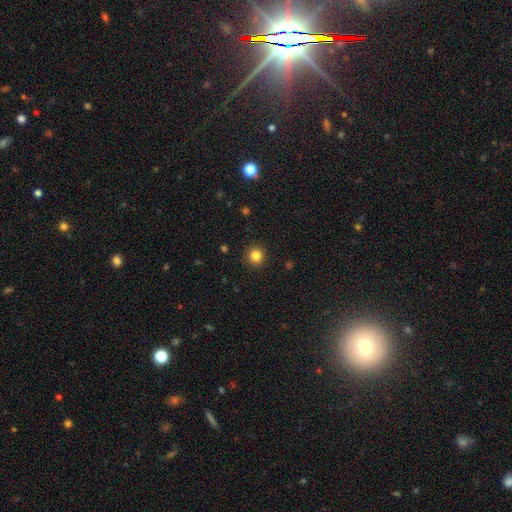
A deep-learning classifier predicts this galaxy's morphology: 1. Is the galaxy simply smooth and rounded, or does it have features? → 84% smooth, 12% star or artifact, 5% featured or disk.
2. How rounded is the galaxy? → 95% round, 4% in between, 1% cigar-shaped.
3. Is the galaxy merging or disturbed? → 92% none, 5% minor disturbance, 2% major disturbance, 1% merger.